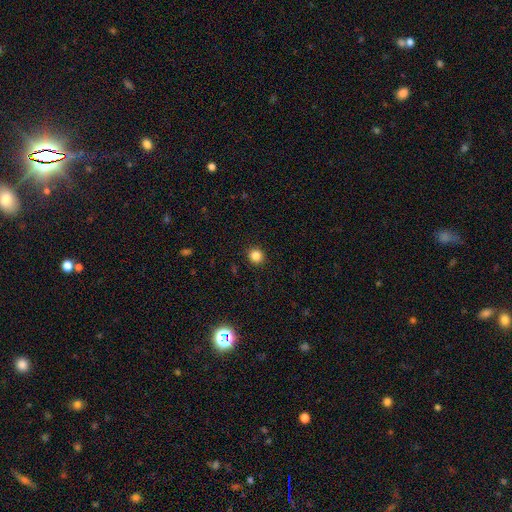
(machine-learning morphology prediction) This is clearly a smooth galaxy (84%). How rounded: clearly round (91%). Merging: clearly none (92%).